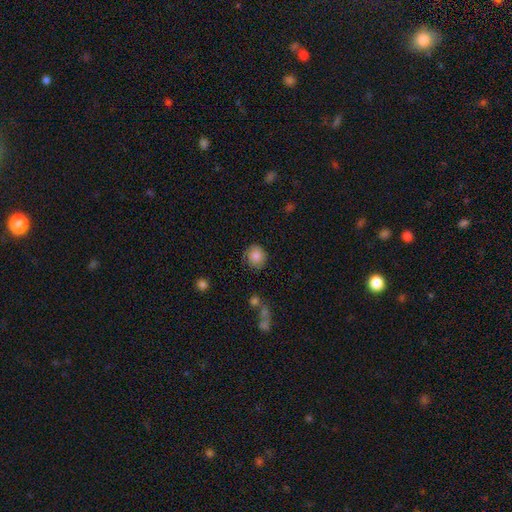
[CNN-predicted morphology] type=smooth (78%); roundness=round (85%); merging=none (79%).